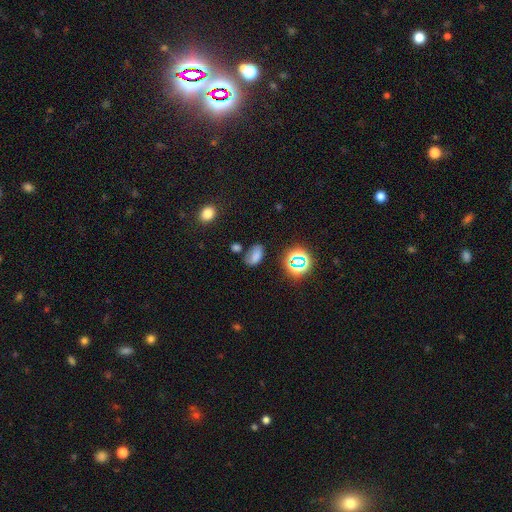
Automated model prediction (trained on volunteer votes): Overall: smooth (66%). How rounded: in between (88%). Merging: none (60%; minor disturbance 23%).